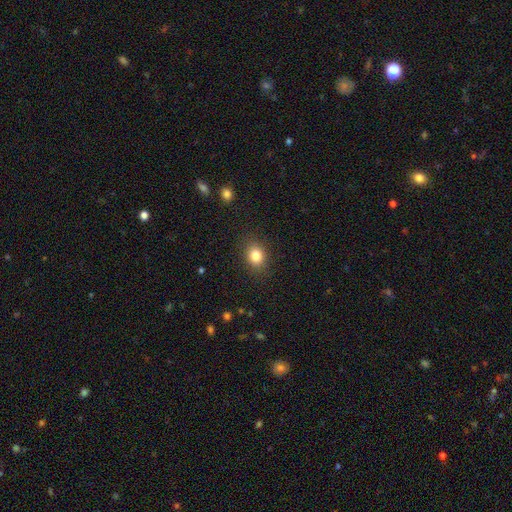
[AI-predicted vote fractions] This appears to be a smooth galaxy with no disk features (83%) that is round (51%). Merging: none (87%).